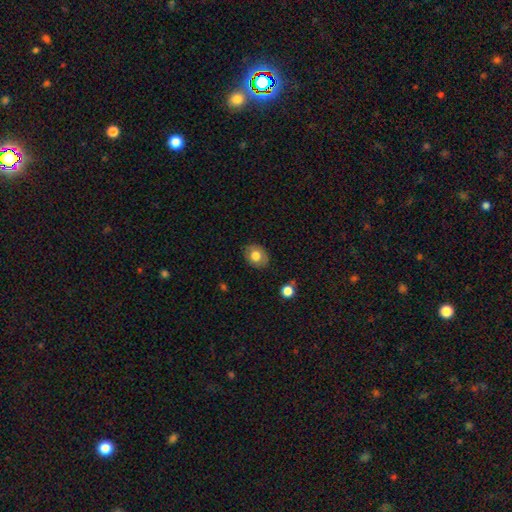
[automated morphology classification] Q: Smooth or featured?
A: smooth (76%); runner-up: featured or disk (16%)
Q: How rounded?
A: in between (56%); runner-up: round (43%)
Q: Merging?
A: none (83%); runner-up: minor disturbance (13%)